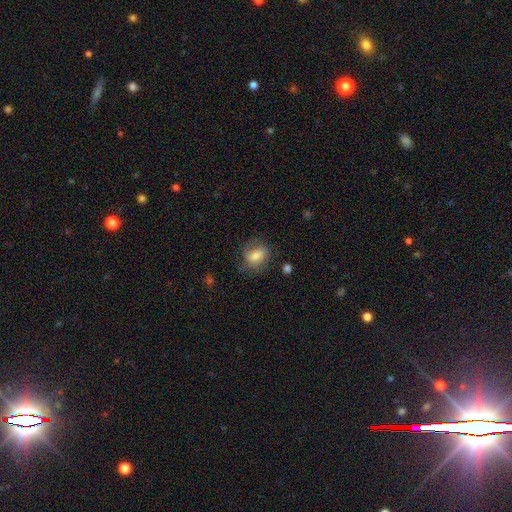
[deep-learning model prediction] This appears to be a smooth galaxy with no disk features (68%) that is in between round and cigar-shaped (62%). Merging: none (65%).